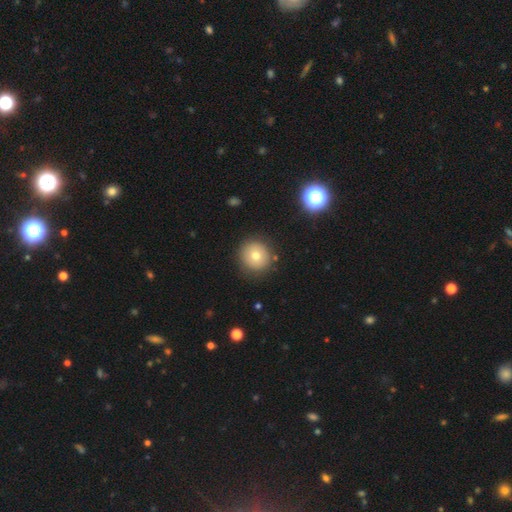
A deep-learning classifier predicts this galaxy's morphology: Smooth or featured? smooth (73%)
How rounded? round (92%)
Merging? none (87%)